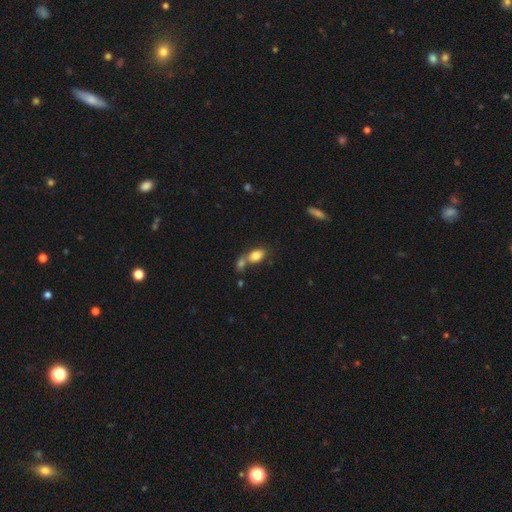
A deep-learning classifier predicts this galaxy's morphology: smooth_or_featured: smooth (p=0.81) [alt: featured or disk p=0.11]
how_rounded: in between (p=0.85) [alt: round p=0.12]
merging: merger (p=0.51) [alt: none p=0.35]